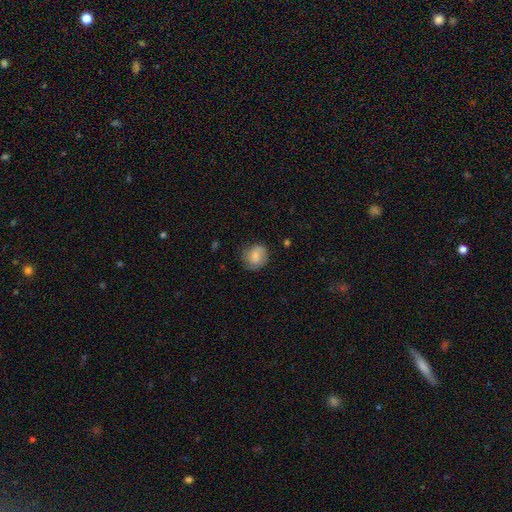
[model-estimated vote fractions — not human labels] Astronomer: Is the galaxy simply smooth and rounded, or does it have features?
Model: smooth — 70%.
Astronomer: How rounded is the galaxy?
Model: round — 79%.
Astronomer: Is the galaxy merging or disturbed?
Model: none — 73%.